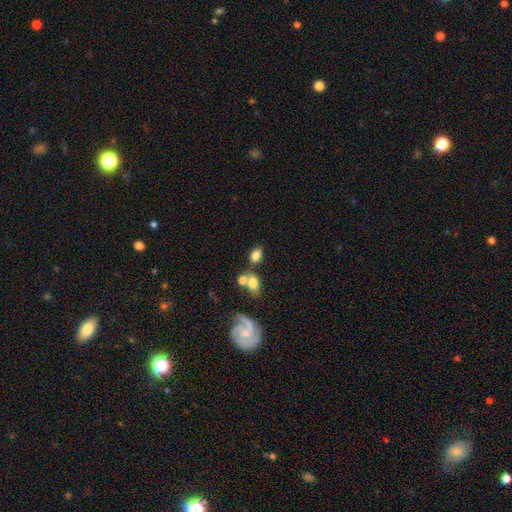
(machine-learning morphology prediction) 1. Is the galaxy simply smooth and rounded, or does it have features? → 78% smooth, 12% featured or disk, 10% star or artifact.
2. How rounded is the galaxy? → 83% in between, 15% round, 2% cigar-shaped.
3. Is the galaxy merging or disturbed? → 53% none, 27% merger, 13% minor disturbance, 6% major disturbance.